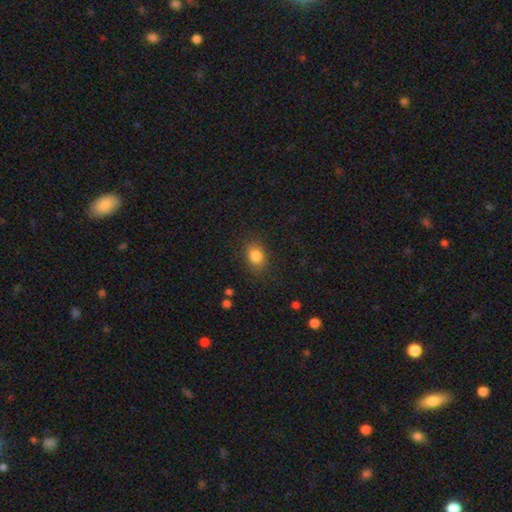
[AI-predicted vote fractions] Q: Smooth or featured?
A: smooth (83%); runner-up: star or artifact (10%)
Q: How rounded?
A: in between (62%); runner-up: round (37%)
Q: Merging?
A: none (82%); runner-up: minor disturbance (12%)